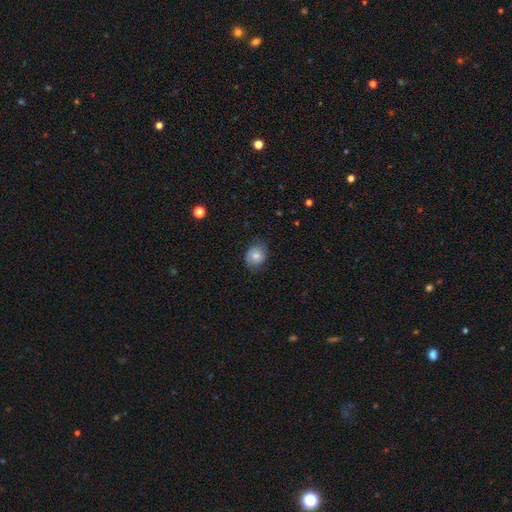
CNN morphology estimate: This appears to be a smooth galaxy with no disk features (66%) that is round (59%). Merging: none (69%).